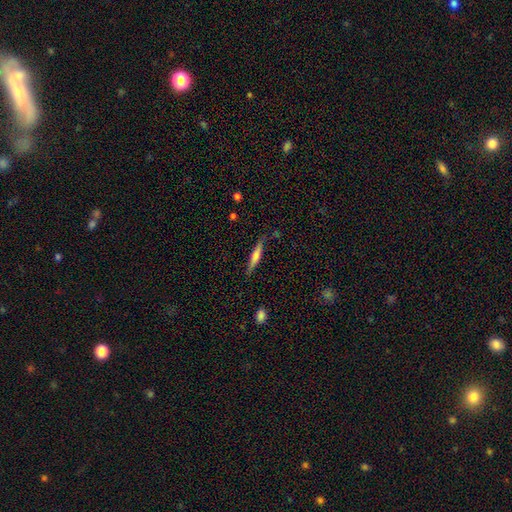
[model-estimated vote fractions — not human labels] Morphology: type=smooth (49%); merging=none (83%).